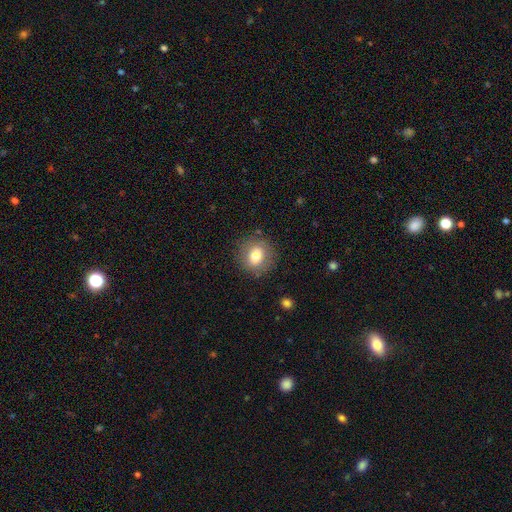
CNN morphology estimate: The model was most divided on "smooth or featured": smooth: 75%, featured or disk: 15%, star or artifact: 9%. More confident: merging — none (83%); how rounded — round (80%).